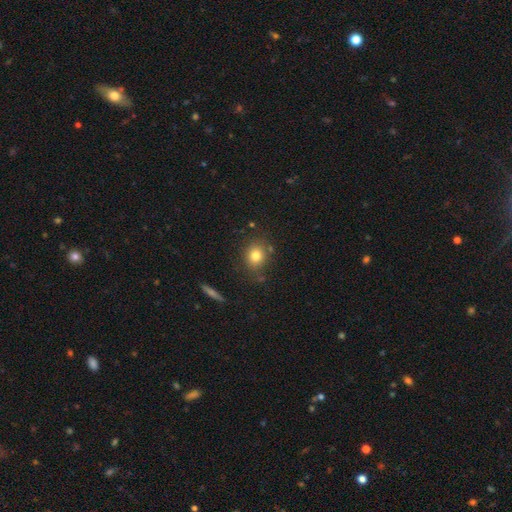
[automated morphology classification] A smooth galaxy with no disk features (80%) that is round (67%).

Vote fractions:
- Smooth or featured? smooth: 80% / star or artifact: 11% / featured or disk: 9%
- How rounded? round: 67% / in between: 32% / cigar-shaped: 1%
- Merging? none: 79% / minor disturbance: 12% / merger: 5% / major disturbance: 4%